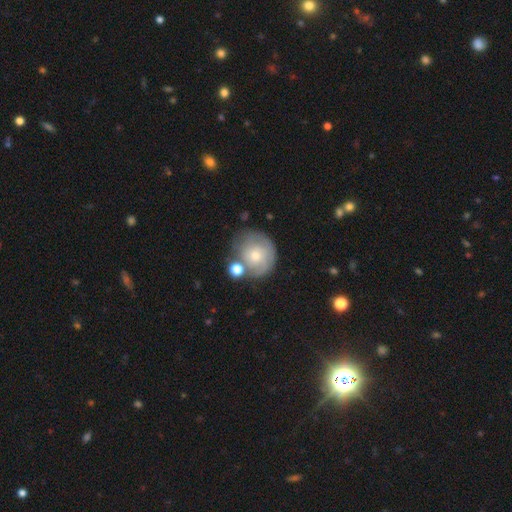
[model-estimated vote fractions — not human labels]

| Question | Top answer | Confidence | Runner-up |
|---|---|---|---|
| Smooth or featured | smooth | 50% | featured or disk (42%) |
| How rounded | round | 84% | in between (15%) |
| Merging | none | 56% | minor disturbance (20%) |